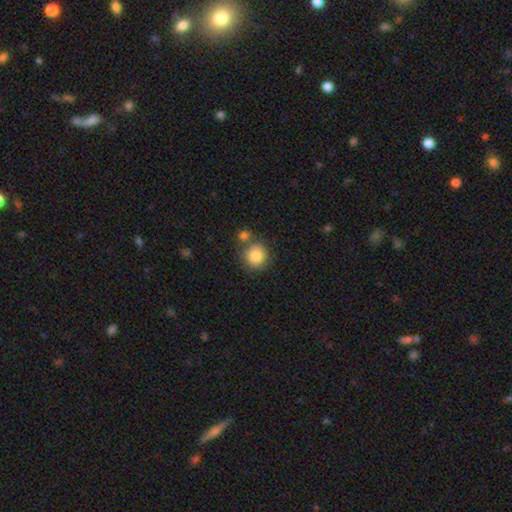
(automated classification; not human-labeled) Q: Smooth or featured?
A: smooth (84%); runner-up: star or artifact (9%)
Q: How rounded?
A: round (89%); runner-up: in between (10%)
Q: Merging?
A: none (66%); runner-up: merger (19%)